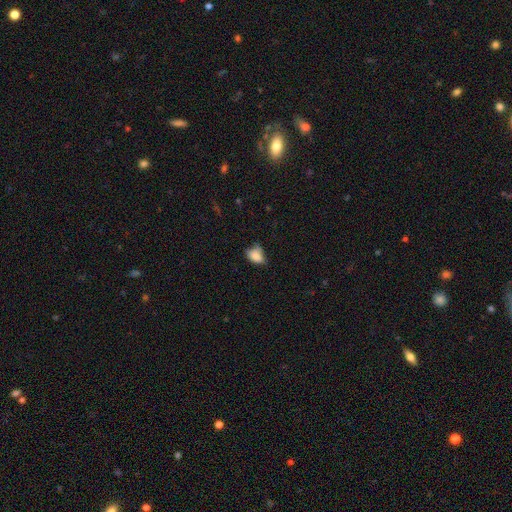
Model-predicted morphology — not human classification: A smooth galaxy with no disk features (80%) that is in between round and cigar-shaped (82%). Merging: none (43%).